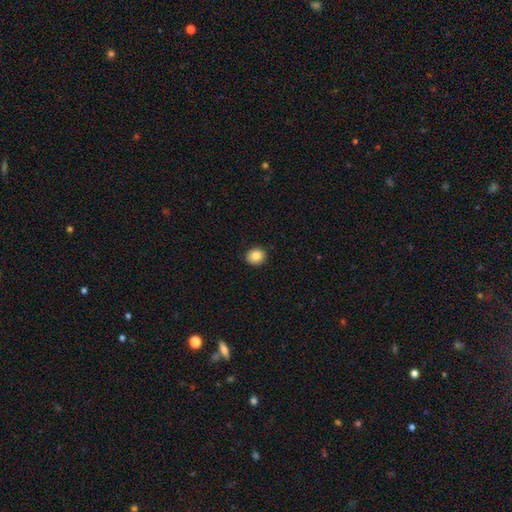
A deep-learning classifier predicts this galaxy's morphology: A smooth galaxy with no disk features (85%) that is round (72%).

Vote fractions:
- Smooth or featured? smooth: 85% / star or artifact: 9% / featured or disk: 6%
- How rounded? round: 72% / in between: 27% / cigar-shaped: 1%
- Merging? none: 90% / minor disturbance: 7% / major disturbance: 2% / merger: 1%